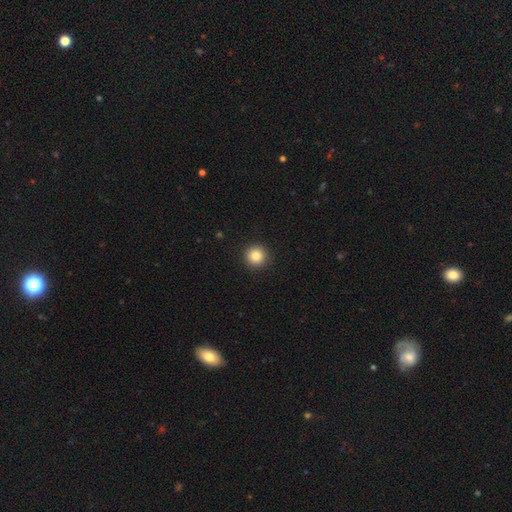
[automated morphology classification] This appears to be a smooth galaxy with no disk features (84%) that is round (96%). Merging: none (92%).